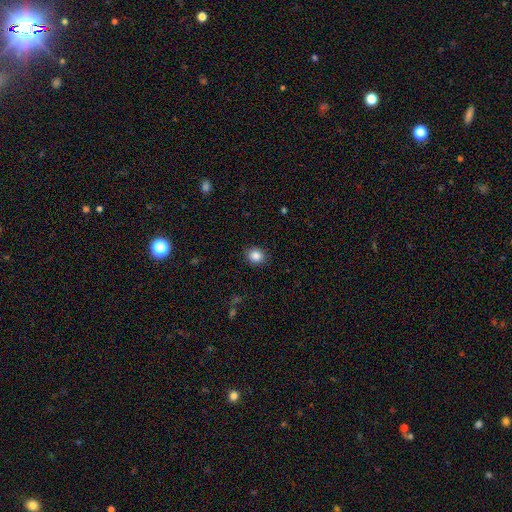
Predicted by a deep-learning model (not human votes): smooth-or-featured: smooth: 86% | star or artifact: 9% | featured or disk: 5%
  how-rounded: round: 67% | in between: 32% | cigar-shaped: 1%
  merging: none: 89% | minor disturbance: 8% | major disturbance: 2% | merger: 1%